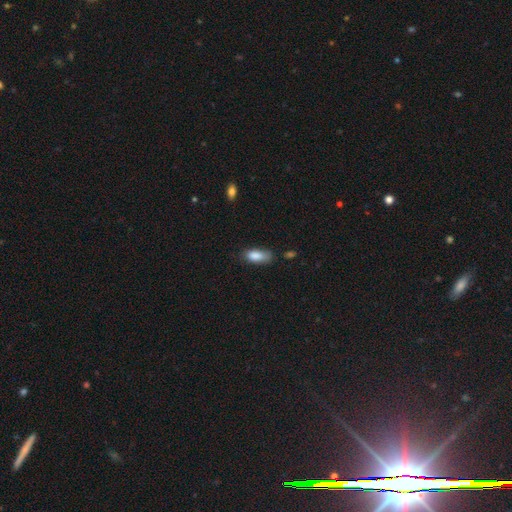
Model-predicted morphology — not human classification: Smooth or featured? smooth (85%)
How rounded? in between (81%)
Merging? none (62%)